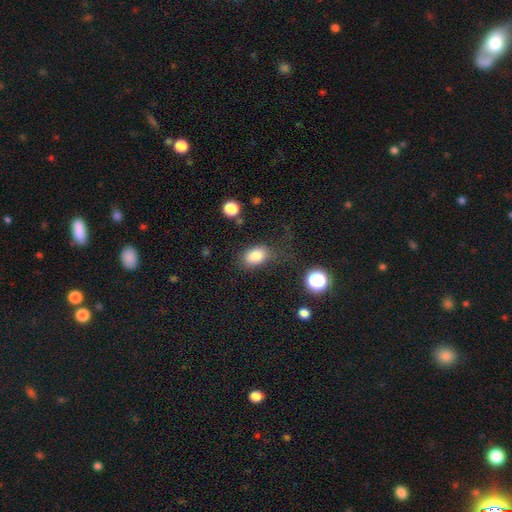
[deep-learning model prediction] Q: Smooth or featured?
A: smooth (84%); runner-up: star or artifact (10%)
Q: How rounded?
A: in between (82%); runner-up: round (17%)
Q: Merging?
A: none (67%); runner-up: minor disturbance (19%)